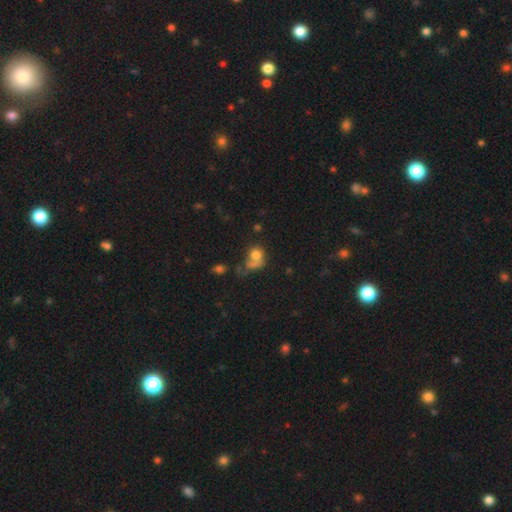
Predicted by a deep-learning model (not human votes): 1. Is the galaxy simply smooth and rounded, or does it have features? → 71% smooth, 17% featured or disk, 13% star or artifact.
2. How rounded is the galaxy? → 63% round, 35% in between, 2% cigar-shaped.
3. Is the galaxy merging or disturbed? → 33% none, 29% merger, 23% major disturbance, 16% minor disturbance.